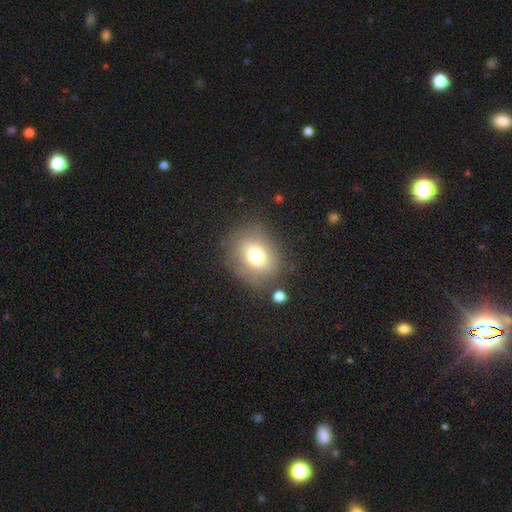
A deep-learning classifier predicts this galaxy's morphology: Smooth or featured?
  - smooth: 69% *
  - featured or disk: 17%
  - star or artifact: 13%
How rounded?
  - round: 64% *
  - in between: 35%
  - cigar-shaped: 1%
Merging?
  - none: 75% *
  - minor disturbance: 14%
  - major disturbance: 7%
  - merger: 3%